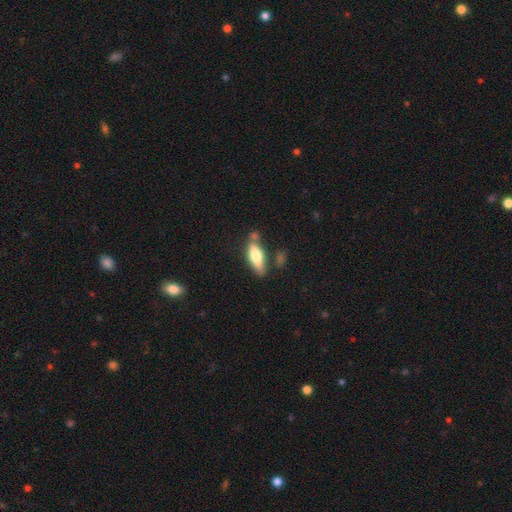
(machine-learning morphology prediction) This appears to be a smooth galaxy with no disk features (63%) that is in between round and cigar-shaped (58%). Merging: none (57%).